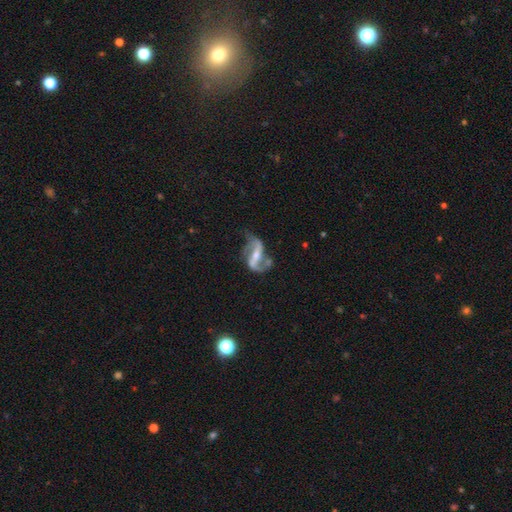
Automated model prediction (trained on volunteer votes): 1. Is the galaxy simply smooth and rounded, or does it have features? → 87% featured or disk, 8% smooth, 5% star or artifact.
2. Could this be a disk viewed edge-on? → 95% no, 5% yes.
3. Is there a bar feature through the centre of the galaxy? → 59% strong, 27% weak, 14% no.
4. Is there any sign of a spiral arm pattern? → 92% yes, 8% no.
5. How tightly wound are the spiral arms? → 66% loose, 27% medium, 7% tight.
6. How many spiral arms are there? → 90% 2, 4% 1, 3% can't tell, 1% 3, 1% 4, 1% more than 4.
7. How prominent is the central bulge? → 46% moderate (tied), 46% small (tied), 4% none, 3% large, 1% dominant.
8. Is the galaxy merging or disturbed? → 50% none, 23% minor disturbance, 21% major disturbance, 6% merger.